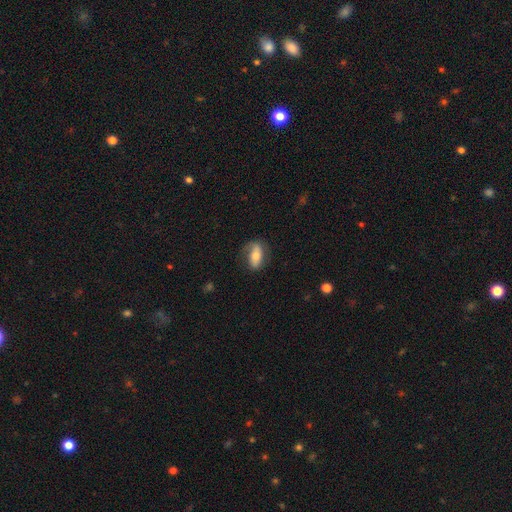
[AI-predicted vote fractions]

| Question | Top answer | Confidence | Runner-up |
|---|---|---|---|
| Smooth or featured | smooth | 52% | featured or disk (40%) |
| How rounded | in between | 83% | cigar-shaped (10%) |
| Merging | none | 66% | minor disturbance (22%) |